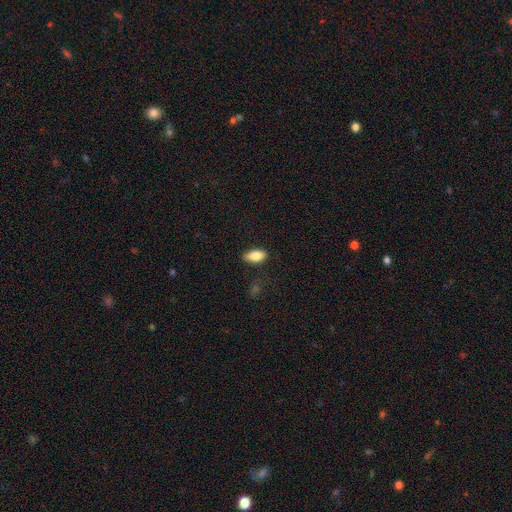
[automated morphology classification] smooth 84%, featured or disk 9%, star or artifact 7%. Down the decision tree: how rounded — in between (87%); merging — none (80%).